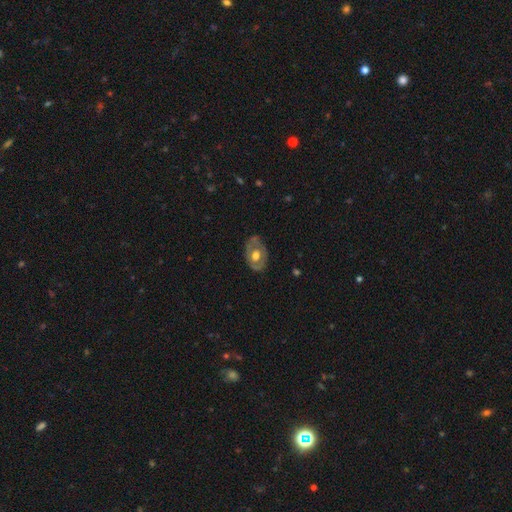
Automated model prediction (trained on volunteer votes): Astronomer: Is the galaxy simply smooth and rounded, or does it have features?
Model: featured or disk — 58% (runner-up: smooth, 37%).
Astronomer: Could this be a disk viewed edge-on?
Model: no — 92%.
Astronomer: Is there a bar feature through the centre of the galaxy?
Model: no — 82%.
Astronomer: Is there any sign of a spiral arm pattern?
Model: no — 76%.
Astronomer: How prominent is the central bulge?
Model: moderate — 62%.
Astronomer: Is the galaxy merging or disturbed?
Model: none — 70%.